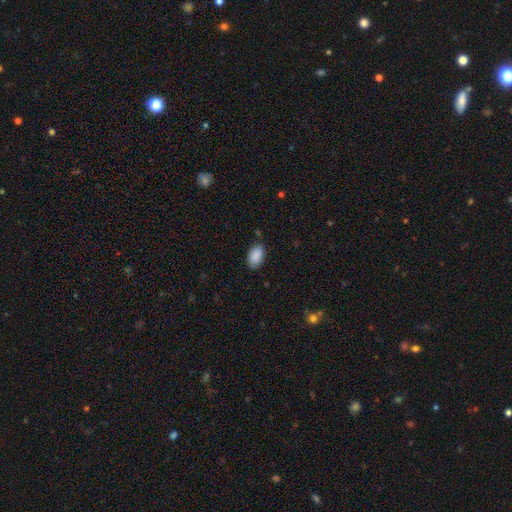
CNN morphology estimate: smooth 89%, star or artifact 7%, featured or disk 4%. Down the decision tree: how rounded — in between (94%); merging — none (83%).